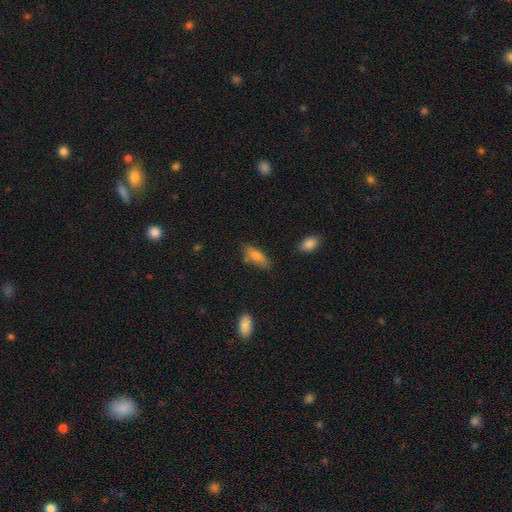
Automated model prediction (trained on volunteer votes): Smooth or featured? Predicted: smooth (p=0.80). How rounded? Predicted: in between (p=0.76). Merging? Predicted: none (p=0.67).